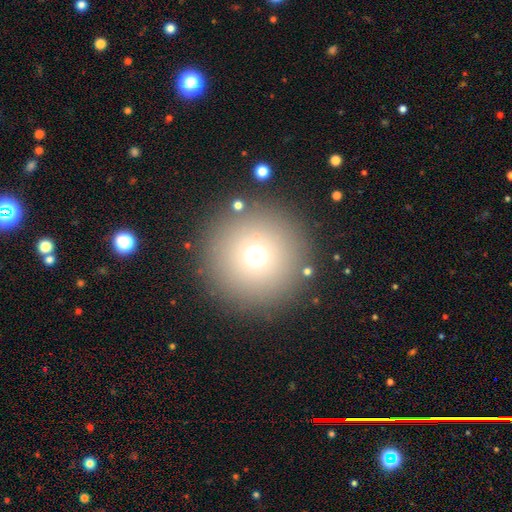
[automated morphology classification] smooth-or-featured: smooth: 68% | star or artifact: 21% | featured or disk: 11%
  how-rounded: round: 97% | in between: 2% | cigar-shaped: 1%
  merging: none: 89% | minor disturbance: 5% | major disturbance: 3% | merger: 3%